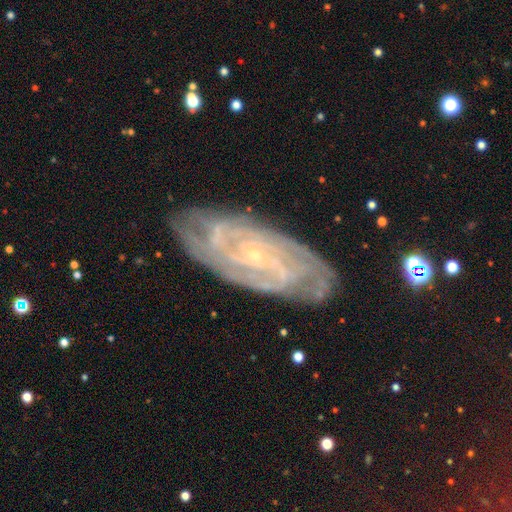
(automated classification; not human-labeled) Smooth or featured? featured or disk (85%)
Edge-on disk? no (92%)
Bar? no (64%)
Spiral arms? yes (96%)
Spiral winding? tight (75%)
Spiral arm count? can't tell (35%)
Bulge size? small (89%)
Merging? none (80%)